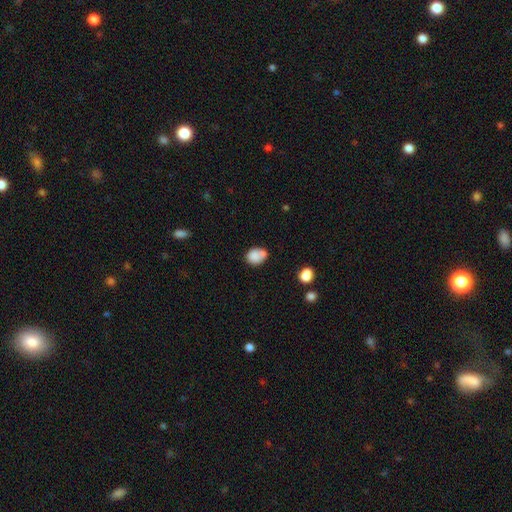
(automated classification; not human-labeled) A smooth galaxy with no disk features (81%) that is in between round and cigar-shaped (52%). Merging: none (47%).